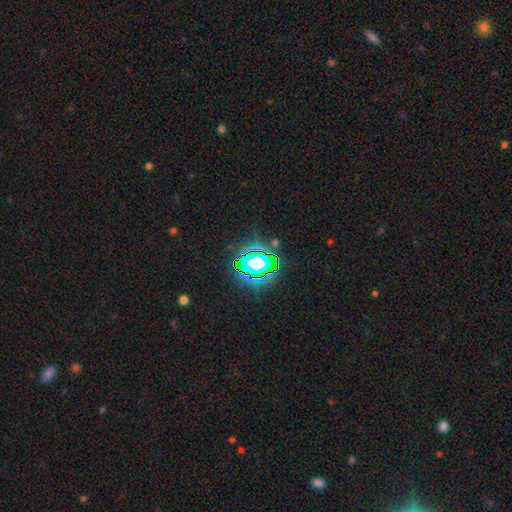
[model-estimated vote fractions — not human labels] This is likely a star or artifact rather than a galaxy (76%).